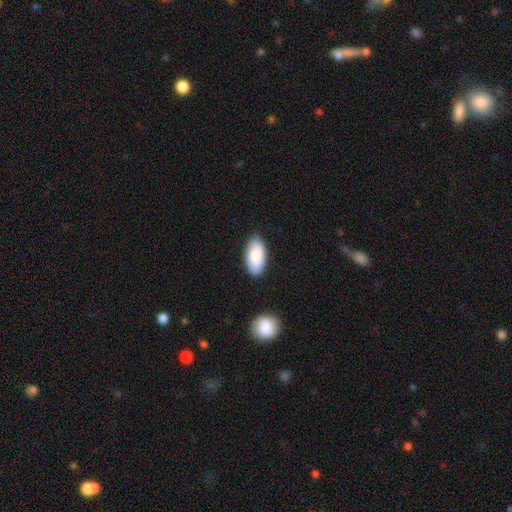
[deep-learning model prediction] A smooth galaxy with no disk features (85%) that is in between round and cigar-shaped (94%). Merging: none (86%).